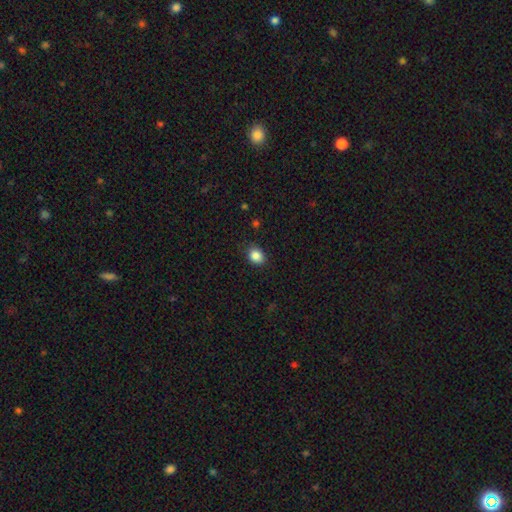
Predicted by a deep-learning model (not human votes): smooth-or-featured: smooth: 86% | star or artifact: 10% | featured or disk: 4%
  how-rounded: in between: 50% | round: 49% | cigar-shaped: 1%
  merging: none: 82% | minor disturbance: 14% | major disturbance: 3% | merger: 1%